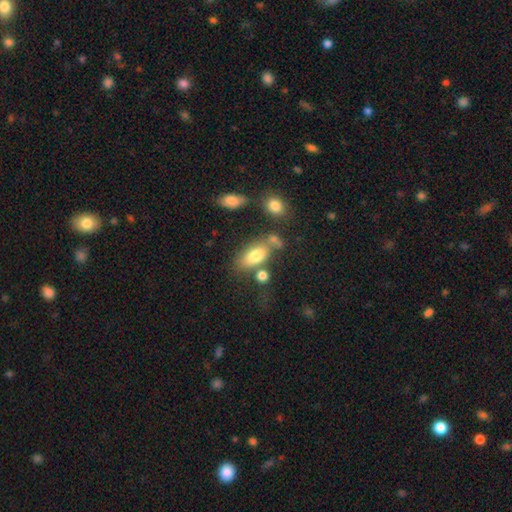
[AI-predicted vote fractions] Smooth or featured? smooth (76%)
How rounded? in between (86%)
Merging? none (55%)